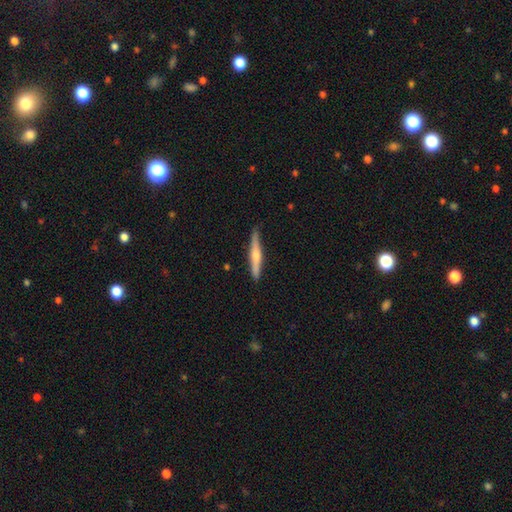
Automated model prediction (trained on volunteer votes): Overall: featured or disk (64%; smooth 30%). Edge-on disk: yes (97%). Edge-on bulge: rounded (85%). Merging: none (89%).